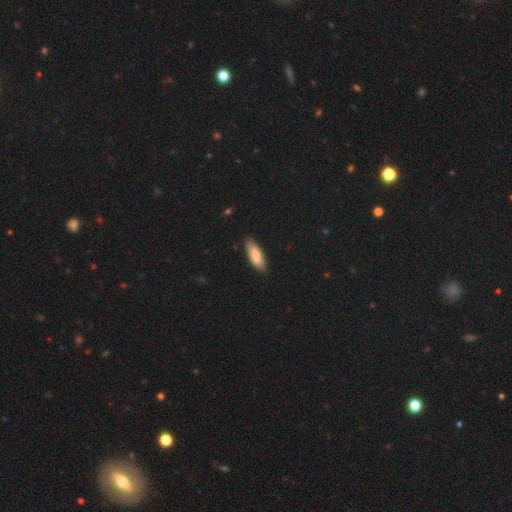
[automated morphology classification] Q: Smooth or featured?
A: smooth (83%); runner-up: featured or disk (12%)
Q: How rounded?
A: in between (61%); runner-up: cigar-shaped (38%)
Q: Merging?
A: none (85%); runner-up: minor disturbance (12%)